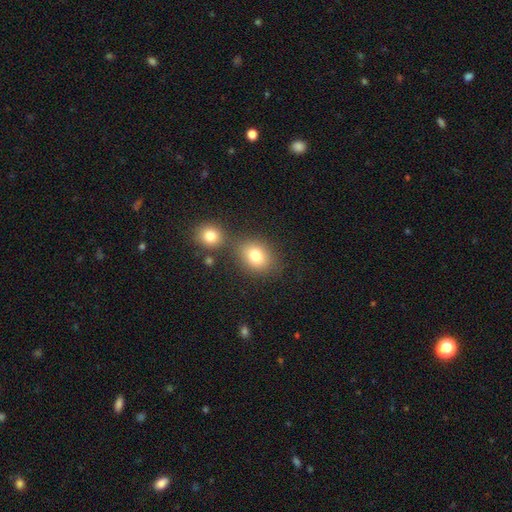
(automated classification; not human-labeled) Smooth or featured: smooth — 79% (star or artifact — 11%)
How rounded: in between — 50% (round — 49%)
Merging: none — 62% (merger — 23%)